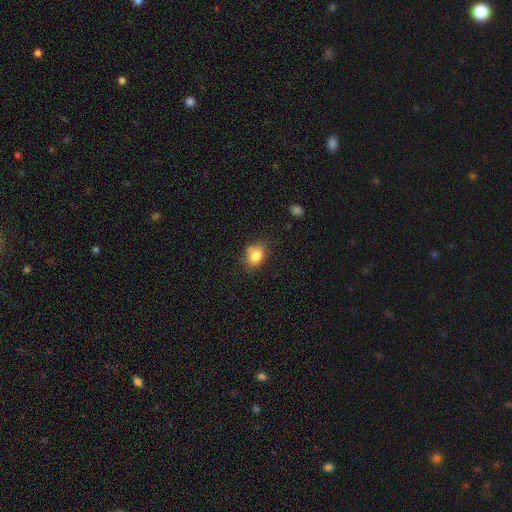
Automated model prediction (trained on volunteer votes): smooth-or-featured: smooth: 81% | star or artifact: 10% | featured or disk: 9%
  how-rounded: in between: 62% | round: 36% | cigar-shaped: 1%
  merging: none: 63% | minor disturbance: 23% | merger: 9% | major disturbance: 5%